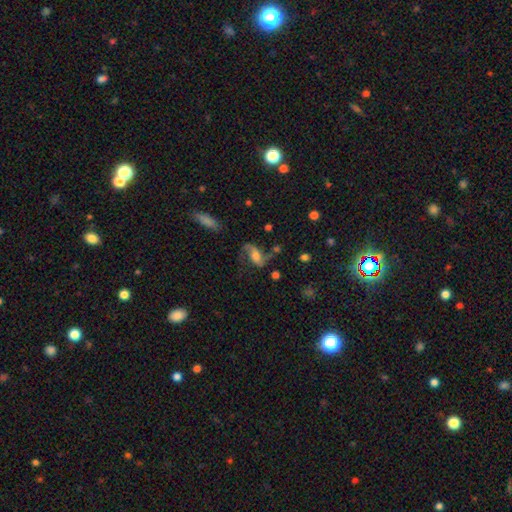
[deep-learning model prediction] Q: Smooth or featured?
A: featured or disk (77%); runner-up: smooth (15%)
Q: Edge-on disk?
A: no (95%); runner-up: yes (5%)
Q: Bar?
A: no (44%); runner-up: weak (38%)
Q: Spiral arms?
A: yes (94%); runner-up: no (6%)
Q: Spiral winding?
A: loose (64%); runner-up: medium (29%)
Q: Spiral arm count?
A: 2 (87%); runner-up: 1 (7%)
Q: Bulge size?
A: moderate (40%); runner-up: small (24%)
Q: Merging?
A: none (57%); runner-up: minor disturbance (20%)